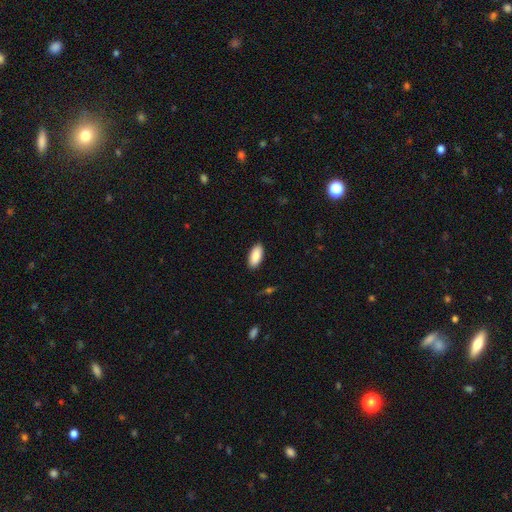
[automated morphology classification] Smooth or featured: smooth — 89% (star or artifact — 6%)
How rounded: in between — 89% (cigar-shaped — 9%)
Merging: none — 89% (minor disturbance — 8%)